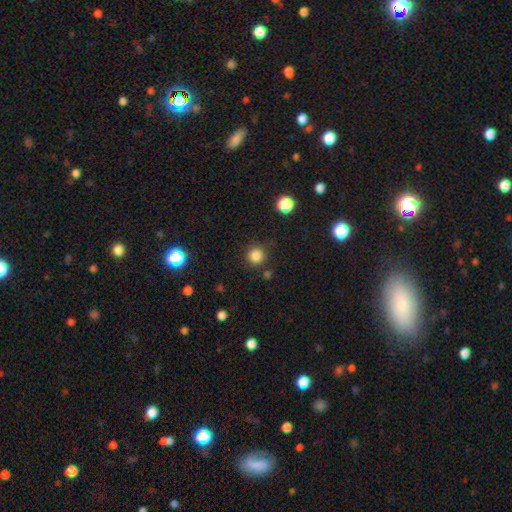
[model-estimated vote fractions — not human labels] Overall: smooth (82%). How rounded: round (94%). Merging: none (85%).